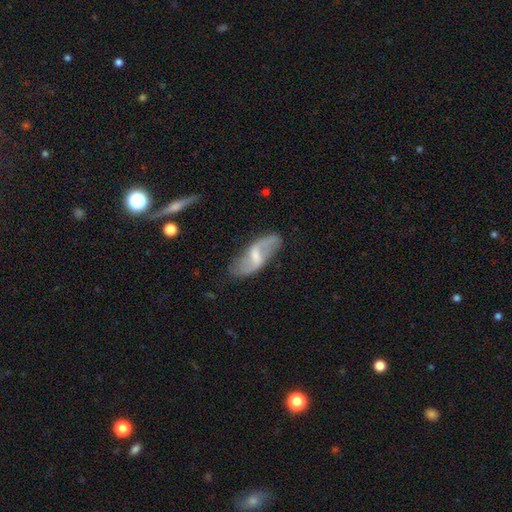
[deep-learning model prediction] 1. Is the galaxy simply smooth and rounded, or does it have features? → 77% featured or disk, 18% smooth, 6% star or artifact.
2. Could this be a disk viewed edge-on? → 91% no, 9% yes.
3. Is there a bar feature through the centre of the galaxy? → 53% weak, 31% strong, 16% no.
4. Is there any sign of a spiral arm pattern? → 88% yes, 12% no.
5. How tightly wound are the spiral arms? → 68% loose, 24% medium, 8% tight.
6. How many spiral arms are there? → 88% 2, 6% can't tell, 3% 1, 1% 3, 1% 4, 1% more than 4.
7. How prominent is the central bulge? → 45% small, 37% moderate, 13% none, 3% large, 1% dominant.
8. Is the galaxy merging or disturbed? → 75% none, 17% minor disturbance, 6% major disturbance, 2% merger.